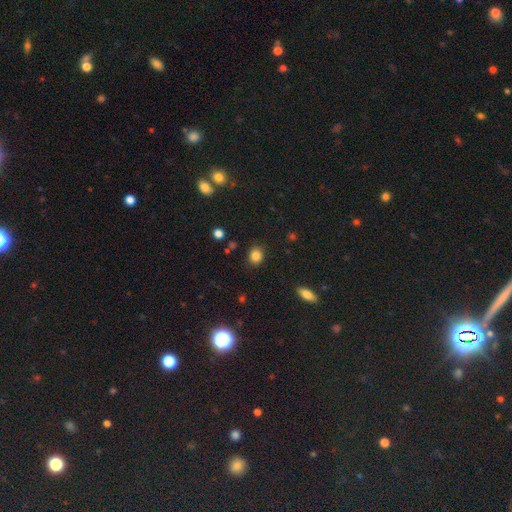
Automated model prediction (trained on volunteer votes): This appears to be a smooth galaxy with no disk features (84%) that is round (68%). Merging: none (86%).